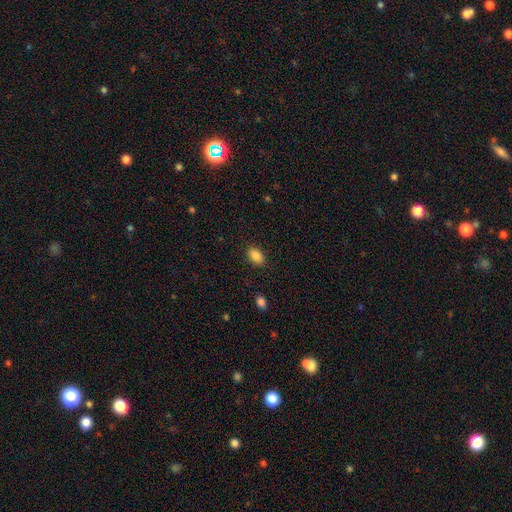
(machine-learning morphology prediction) smooth-or-featured: smooth: 88% | star or artifact: 9% | featured or disk: 4%
  how-rounded: in between: 89% | round: 10% | cigar-shaped: 1%
  merging: none: 88% | minor disturbance: 9% | major disturbance: 3% | merger: 1%